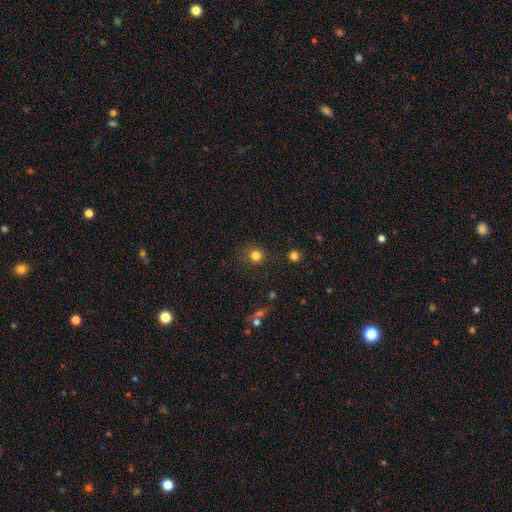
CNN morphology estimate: type=smooth (81%); roundness=round (91%); merging=none (87%).